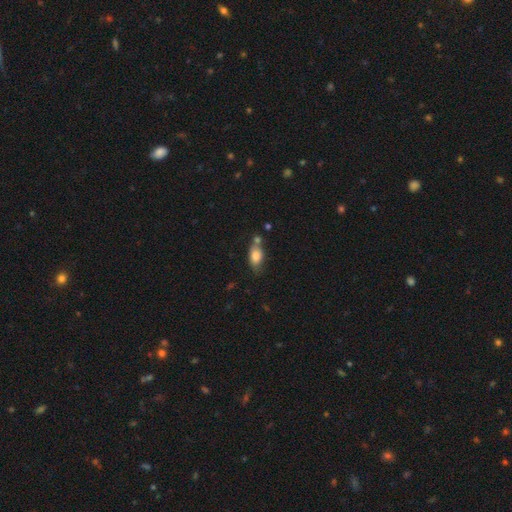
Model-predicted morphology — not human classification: Smooth or featured?
  - smooth: 80% *
  - featured or disk: 12%
  - star or artifact: 8%
How rounded?
  - in between: 84% *
  - round: 9%
  - cigar-shaped: 7%
Merging?
  - none: 51% *
  - merger: 22%
  - minor disturbance: 21%
  - major disturbance: 6%